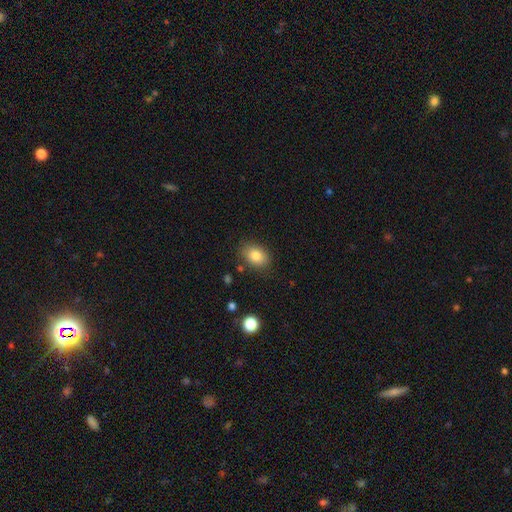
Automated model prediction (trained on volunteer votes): Smooth or featured? smooth (83%)
How rounded? in between (77%)
Merging? none (82%)